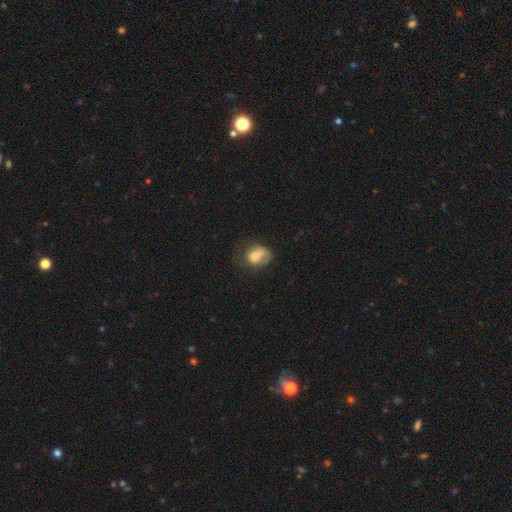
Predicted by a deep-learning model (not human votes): Smooth or featured?
  - smooth: 71% *
  - featured or disk: 20%
  - star or artifact: 9%
How rounded?
  - in between: 62% *
  - round: 37%
  - cigar-shaped: 1%
Merging?
  - none: 43% *
  - minor disturbance: 32%
  - major disturbance: 22%
  - merger: 3%